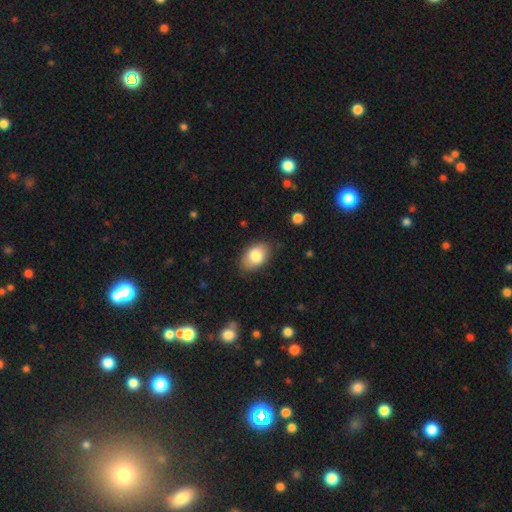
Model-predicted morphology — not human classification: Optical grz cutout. It shows a smooth galaxy with no disk features (81%) that is in between round and cigar-shaped (88%). Merging: none (82%).